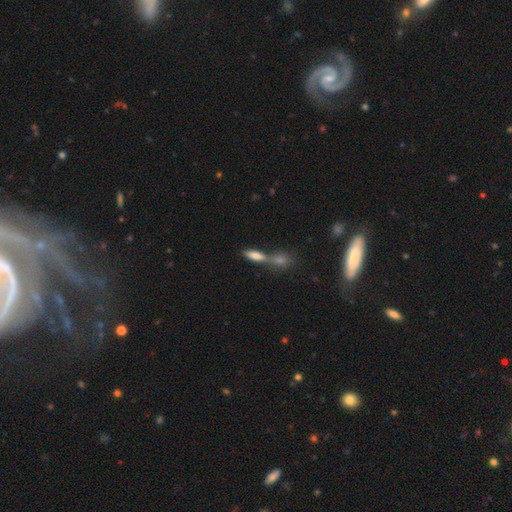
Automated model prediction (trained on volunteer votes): The model was most divided on "how rounded": in between: 58%, cigar-shaped: 38%, round: 4%. More confident: smooth or featured — smooth (75%); merging — merger (56%).